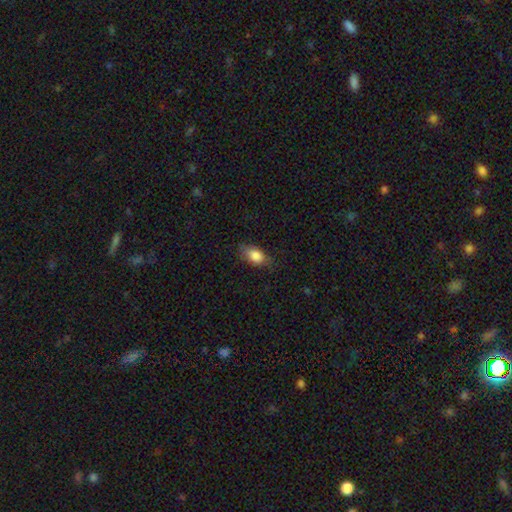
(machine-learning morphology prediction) smooth_or_featured: smooth (p=0.84) [alt: featured or disk p=0.09]
how_rounded: in between (p=0.86) [alt: round p=0.09]
merging: none (p=0.72) [alt: minor disturbance p=0.21]